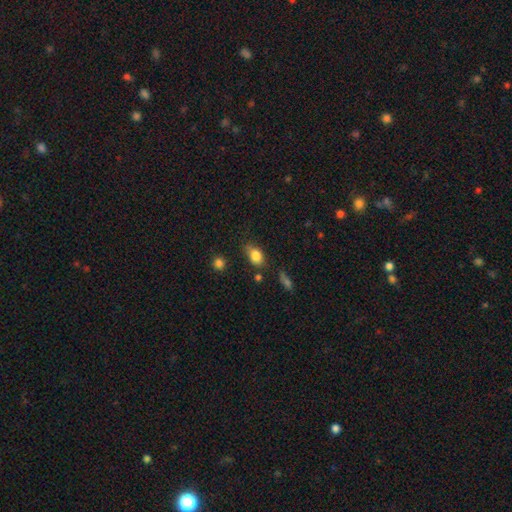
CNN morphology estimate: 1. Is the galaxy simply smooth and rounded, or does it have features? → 82% smooth, 9% star or artifact, 8% featured or disk.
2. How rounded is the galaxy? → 76% in between, 22% round, 3% cigar-shaped.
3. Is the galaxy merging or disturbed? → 61% none, 27% minor disturbance, 7% major disturbance, 5% merger.